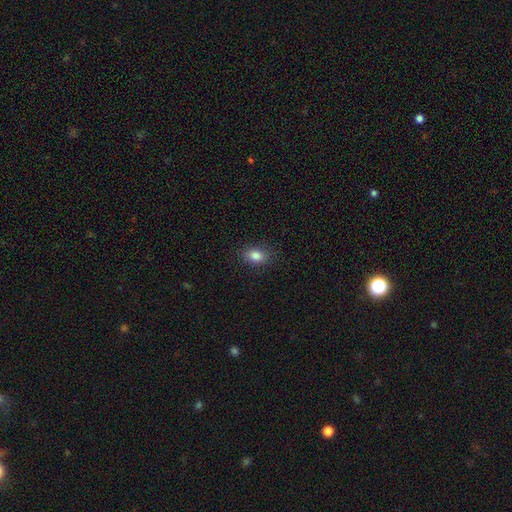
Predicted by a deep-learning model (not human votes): Overall: smooth (84%). How rounded: in between (79%). Merging: none (87%).